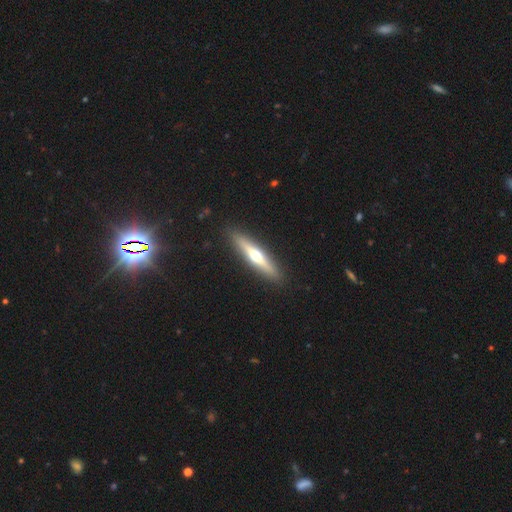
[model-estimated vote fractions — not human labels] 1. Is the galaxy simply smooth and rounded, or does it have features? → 58% featured or disk, 37% smooth, 5% star or artifact.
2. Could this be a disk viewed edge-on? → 94% yes, 6% no.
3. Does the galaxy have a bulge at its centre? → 91% rounded, 6% none, 2% boxy.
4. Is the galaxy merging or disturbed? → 91% none, 6% minor disturbance, 2% major disturbance, 1% merger.